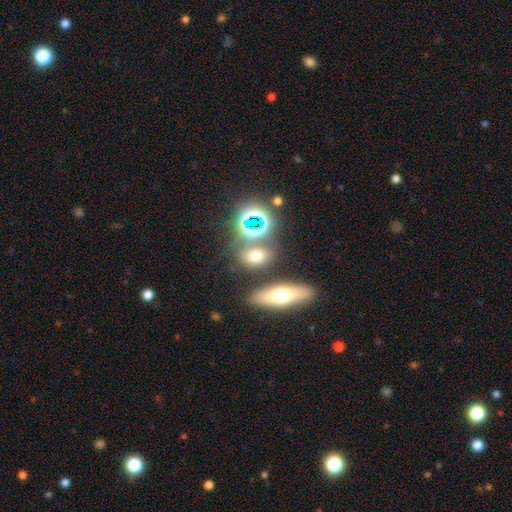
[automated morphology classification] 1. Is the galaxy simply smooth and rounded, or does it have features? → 59% smooth, 27% star or artifact, 14% featured or disk.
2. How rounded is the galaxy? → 56% in between, 39% round, 5% cigar-shaped.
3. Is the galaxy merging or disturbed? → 72% none, 14% merger, 10% minor disturbance, 4% major disturbance.